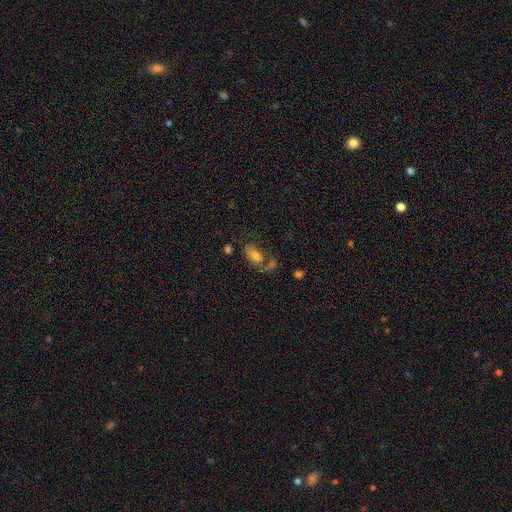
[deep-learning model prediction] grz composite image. It shows a smooth galaxy with no disk features (65%) that is in between round and cigar-shaped (89%). Merging: none (40%).